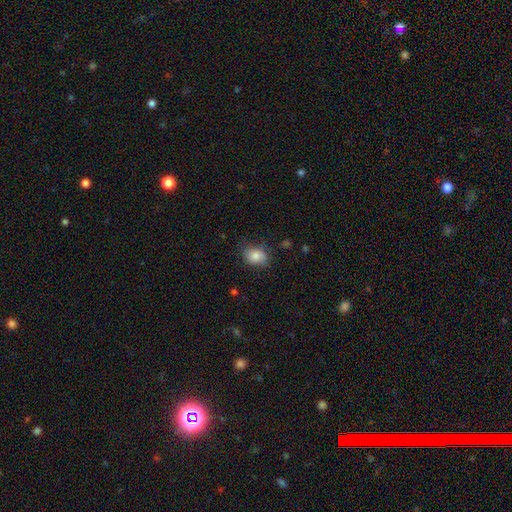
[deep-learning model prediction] Smooth or featured?
  - smooth: 80% *
  - featured or disk: 12%
  - star or artifact: 9%
How rounded?
  - in between: 66% *
  - round: 33%
  - cigar-shaped: 1%
Merging?
  - none: 65% *
  - minor disturbance: 26%
  - major disturbance: 7%
  - merger: 2%